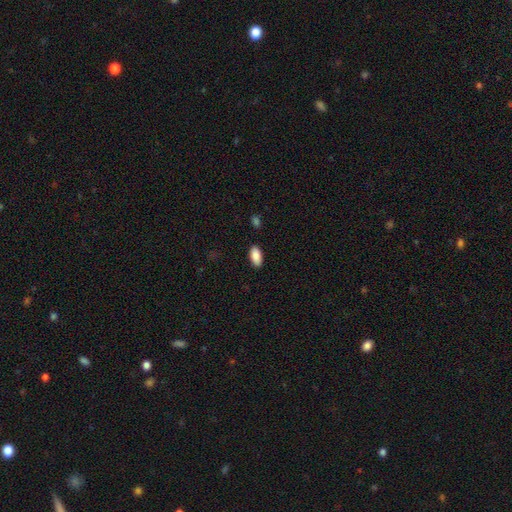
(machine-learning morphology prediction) The model was most divided on "merging": none: 88%, minor disturbance: 9%, major disturbance: 2%, merger: 1%. More confident: how rounded — in between (92%); smooth or featured — smooth (89%).